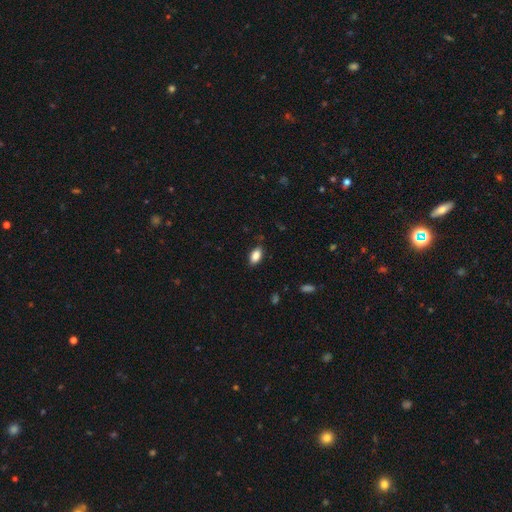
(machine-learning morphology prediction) This is clearly a smooth galaxy (86%). How rounded: clearly in between (91%). Merging: clearly none (84%).